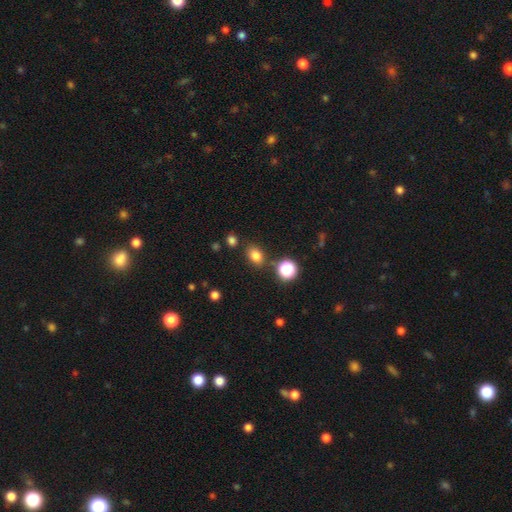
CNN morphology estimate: smooth-or-featured: smooth: 80% | star or artifact: 14% | featured or disk: 6%
  how-rounded: in between: 66% | round: 33% | cigar-shaped: 1%
  merging: none: 79% | minor disturbance: 11% | merger: 6% | major disturbance: 3%